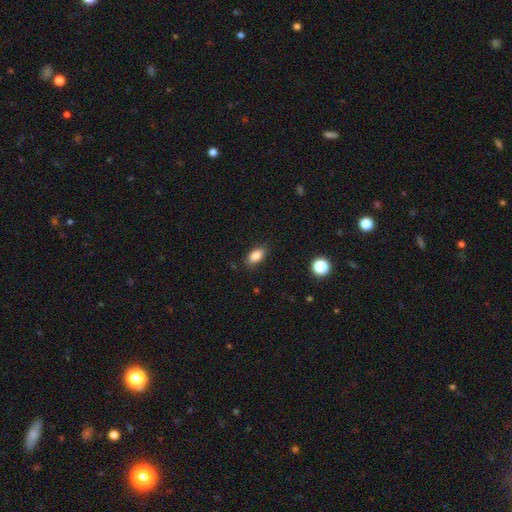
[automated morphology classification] A smooth galaxy with no disk features (85%) that is in between round and cigar-shaped (89%).

Vote fractions:
- Smooth or featured? smooth: 85% / star or artifact: 9% / featured or disk: 7%
- How rounded? in between: 89% / round: 7% / cigar-shaped: 4%
- Merging? none: 87% / minor disturbance: 10% / major disturbance: 2% / merger: 1%